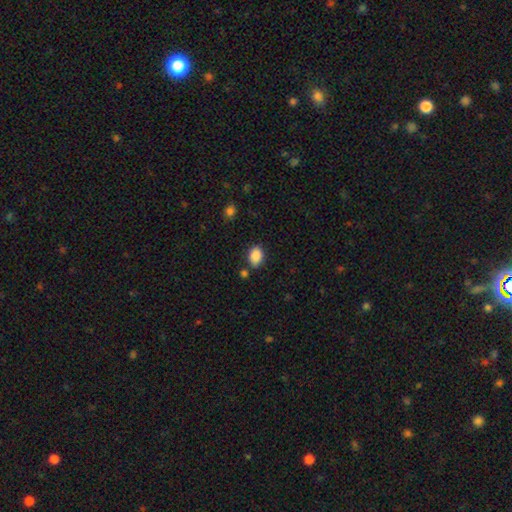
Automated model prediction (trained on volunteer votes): A smooth galaxy with no disk features (88%) that is in between round and cigar-shaped (79%). Merging: none (76%).